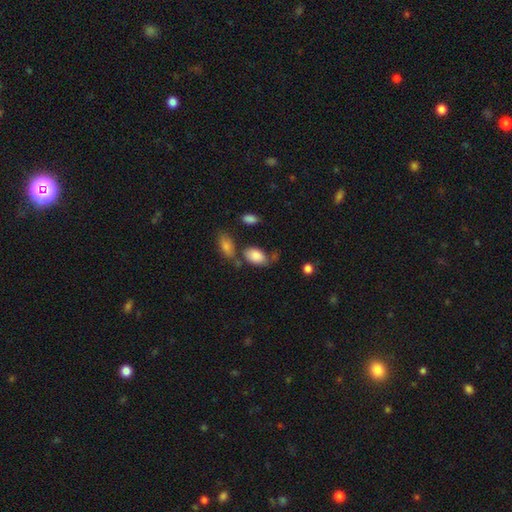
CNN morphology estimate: smooth 86%, featured or disk 7%, star or artifact 7%. Down the decision tree: how rounded — in between (91%); merging — none (55%).